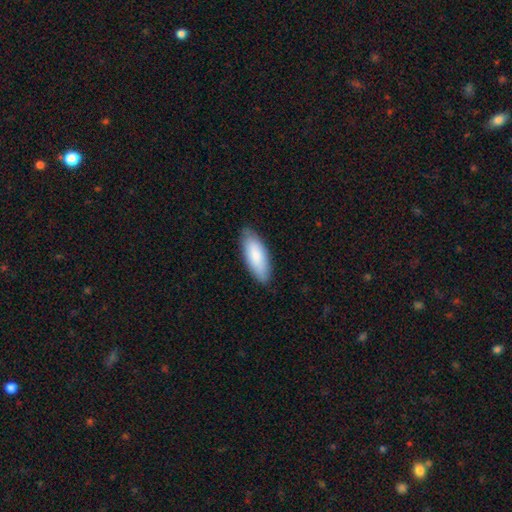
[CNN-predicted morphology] Overall: smooth (83%). How rounded: in between (74%). Merging: none (84%).